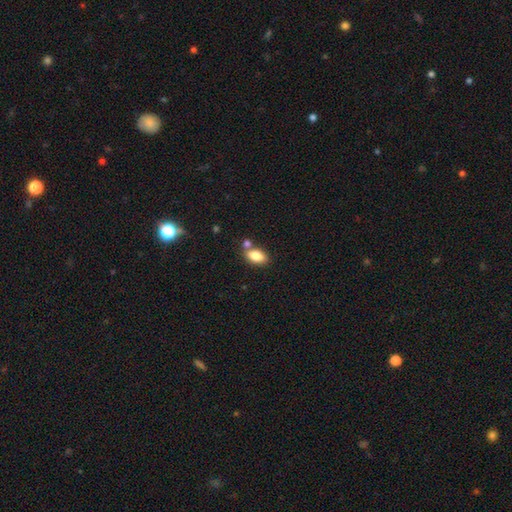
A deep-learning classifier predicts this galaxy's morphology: This appears to be a smooth galaxy with no disk features (84%) that is in between round and cigar-shaped (90%). Merging: none (63%).